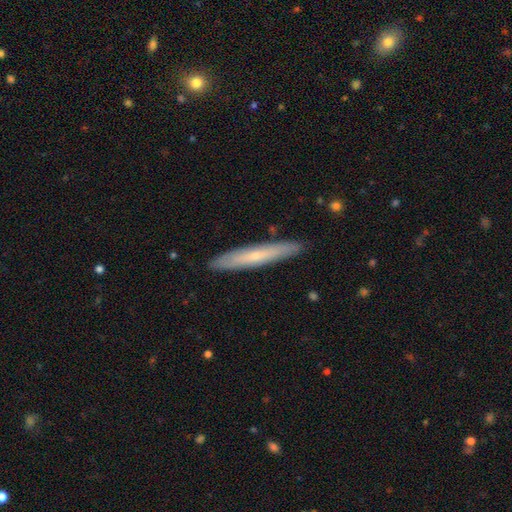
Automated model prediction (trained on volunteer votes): smooth_or_featured: smooth (p=0.49) [alt: featured or disk p=0.45]
merging: none (p=0.90) [alt: minor disturbance p=0.08]